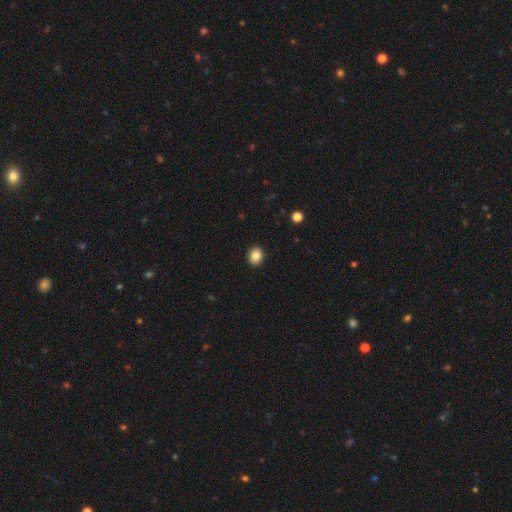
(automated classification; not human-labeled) Smooth or featured? Predicted: smooth (p=0.84). How rounded? Predicted: round (p=0.75). Merging? Predicted: none (p=0.92).